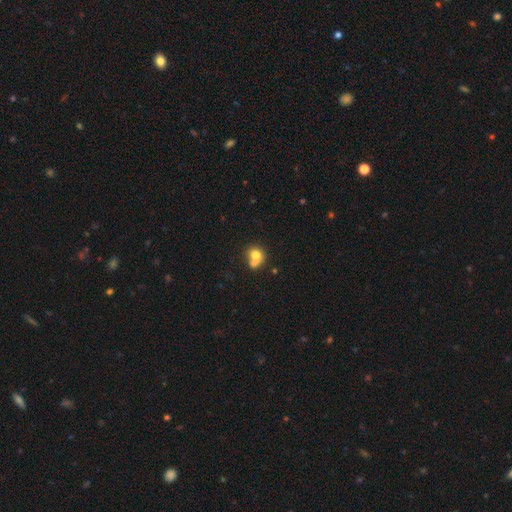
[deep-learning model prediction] Smooth or featured?
  - smooth: 71% *
  - featured or disk: 19%
  - star or artifact: 10%
How rounded?
  - round: 69% *
  - in between: 30%
  - cigar-shaped: 1%
Merging?
  - merger: 56% *
  - none: 30%
  - minor disturbance: 9%
  - major disturbance: 5%